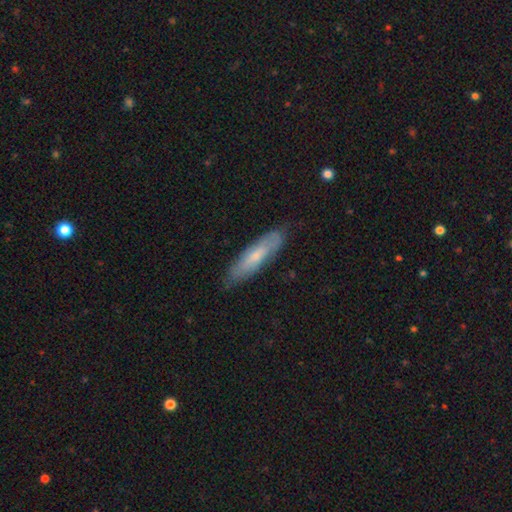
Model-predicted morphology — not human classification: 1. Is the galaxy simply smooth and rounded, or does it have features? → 57% smooth, 37% featured or disk, 6% star or artifact.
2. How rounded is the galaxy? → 72% cigar-shaped, 26% in between, 2% round.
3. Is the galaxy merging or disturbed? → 80% none, 16% minor disturbance, 3% major disturbance, 1% merger.